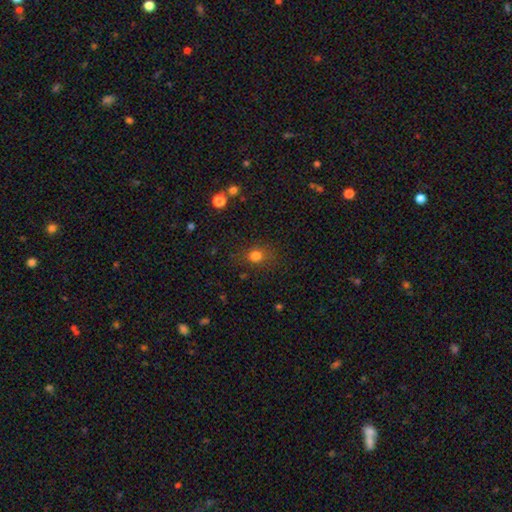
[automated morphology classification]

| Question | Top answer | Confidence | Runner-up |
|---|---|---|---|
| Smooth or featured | smooth | 78% | star or artifact (16%) |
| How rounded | round | 69% | in between (30%) |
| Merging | none | 77% | minor disturbance (15%) |